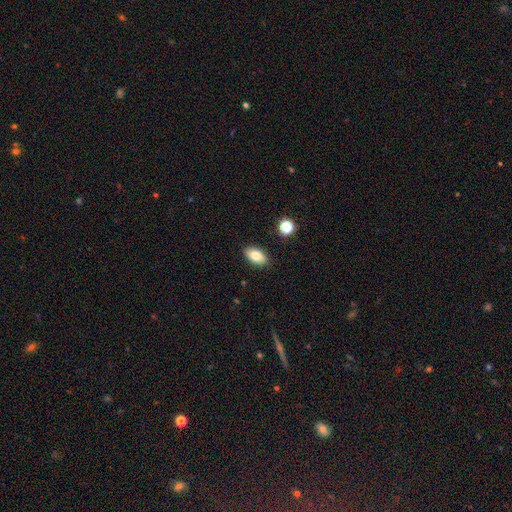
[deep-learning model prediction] Smooth or featured? smooth (79%)
How rounded? in between (91%)
Merging? none (88%)